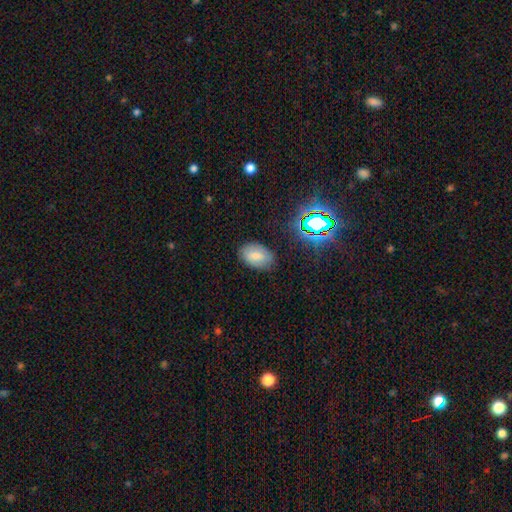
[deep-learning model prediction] Q: Smooth or featured?
A: smooth (74%); runner-up: featured or disk (14%)
Q: How rounded?
A: in between (89%); runner-up: round (10%)
Q: Merging?
A: none (79%); runner-up: minor disturbance (15%)